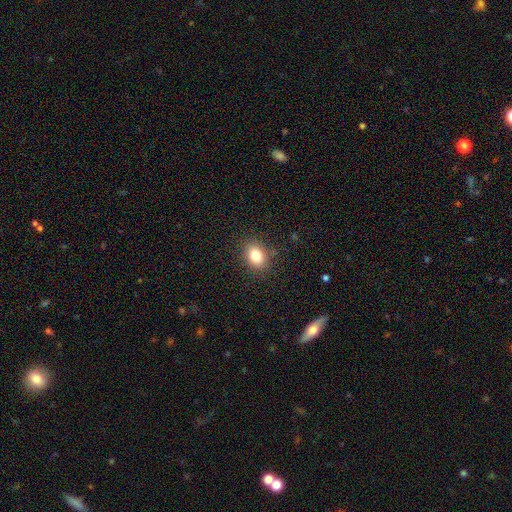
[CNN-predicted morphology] A smooth galaxy with no disk features (81%) that is in between round and cigar-shaped (59%). Merging: none (86%).